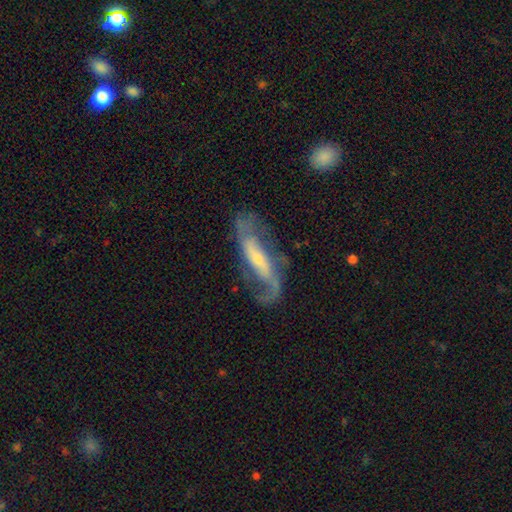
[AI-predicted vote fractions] A featured or disk galaxy (83%) with a strong bar (44%), 2 (82%) loose (47%) spiral arms (93%) and a small central bulge (61%).

Vote fractions:
- Smooth or featured? featured or disk: 83% / smooth: 11% / star or artifact: 6%
- Edge-on disk? no: 86% / yes: 14%
- Bar? strong: 44% / weak: 31% / no: 25%
- Spiral arms? yes: 93% / no: 7%
- Spiral winding? loose: 47% / medium: 38% / tight: 15%
- Spiral arm count? 2: 82% / 1: 7% / can't tell: 6% / 3: 2% / 4: 1% / more than 4: 1%
- Bulge size? small: 61% / moderate: 30% / large: 4% / none: 4% / dominant: 1%
- Merging? none: 63% / minor disturbance: 18% / major disturbance: 16% / merger: 2%